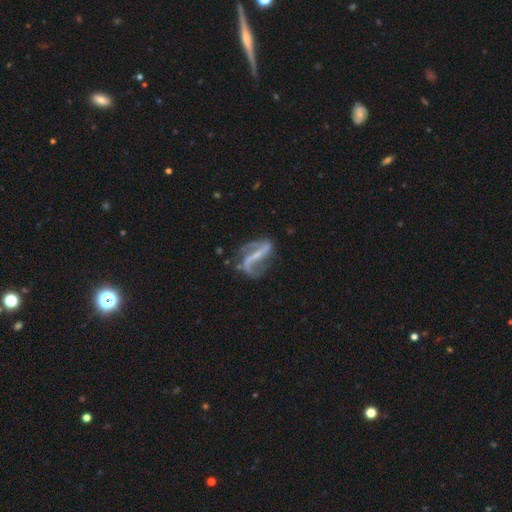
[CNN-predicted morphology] Smooth or featured? Predicted: featured or disk (p=0.87). Edge-on disk? Predicted: no (p=0.95). Bar? Predicted: strong (p=0.59). Spiral arms? Predicted: yes (p=0.93). Spiral winding? Predicted: loose (p=0.68). Spiral arm count? Predicted: 2 (p=0.89). Bulge size? Predicted: small (p=0.55). Merging? Predicted: none (p=0.61).